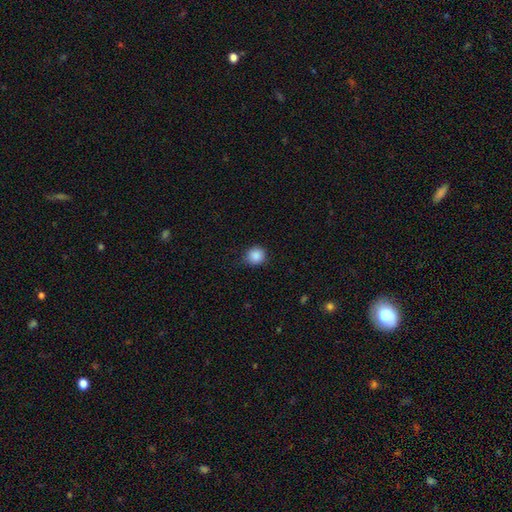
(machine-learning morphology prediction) A smooth galaxy with no disk features (88%) that is round (91%). Merging: none (83%).